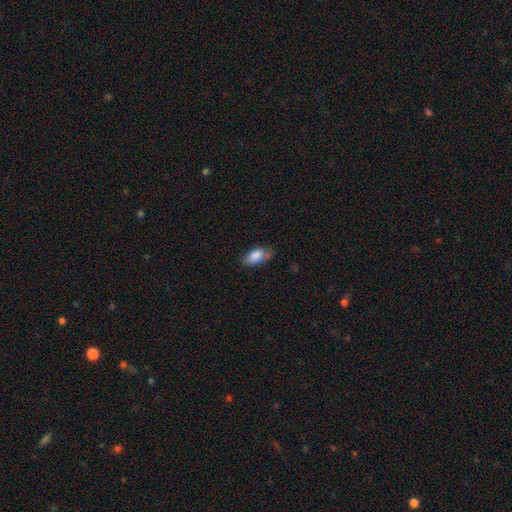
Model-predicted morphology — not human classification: Smooth or featured? smooth (85%)
How rounded? in between (91%)
Merging? none (63%)